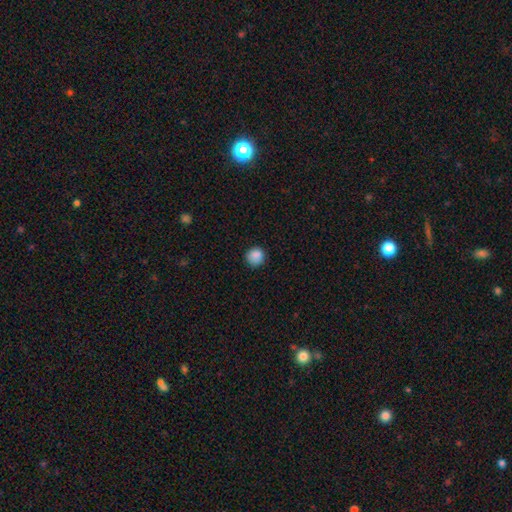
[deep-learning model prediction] A smooth galaxy with no disk features (87%) that is round (91%).

Vote fractions:
- Smooth or featured? smooth: 87% / star or artifact: 9% / featured or disk: 4%
- How rounded? round: 91% / in between: 8% / cigar-shaped: 1%
- Merging? none: 86% / minor disturbance: 11% / major disturbance: 3% / merger: 1%